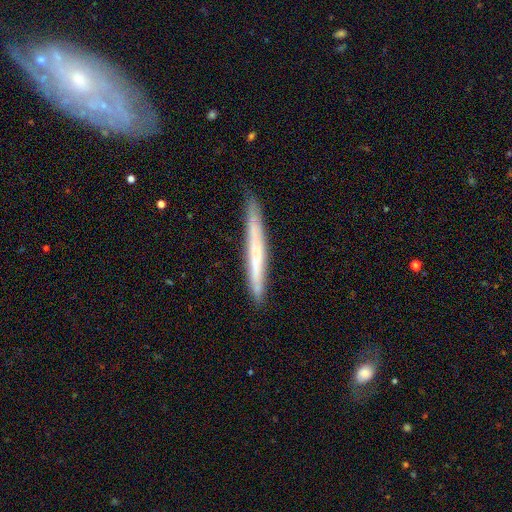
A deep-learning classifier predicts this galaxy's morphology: A smooth galaxy with no disk features (51%) that is cigar-shaped (97%). Merging: none (87%).